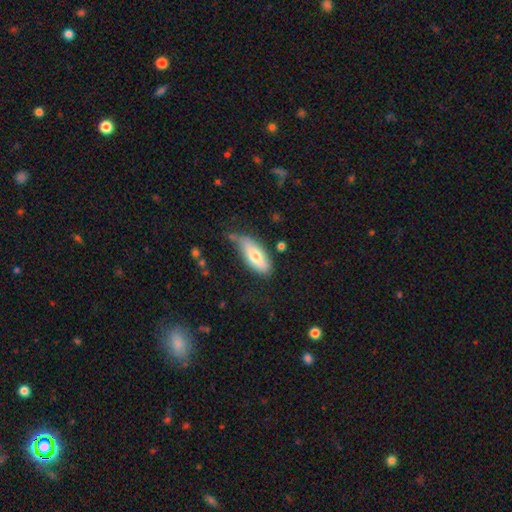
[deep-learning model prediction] smooth_or_featured: smooth (p=0.70) [alt: featured or disk p=0.24]
how_rounded: in between (p=0.77) [alt: cigar-shaped p=0.20]
merging: none (p=0.59) [alt: minor disturbance p=0.28]